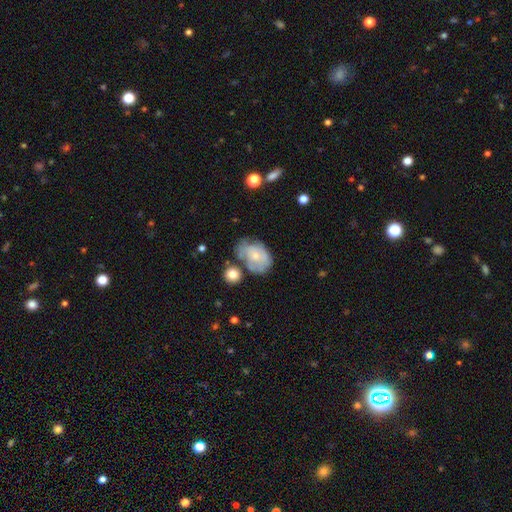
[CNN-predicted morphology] A featured or disk galaxy (50%). Merging: none (38%).